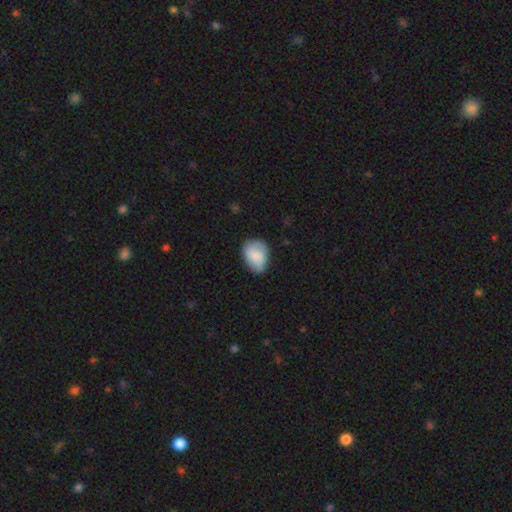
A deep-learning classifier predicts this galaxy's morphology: Smooth or featured? smooth (74%)
How rounded? in between (68%)
Merging? none (66%)